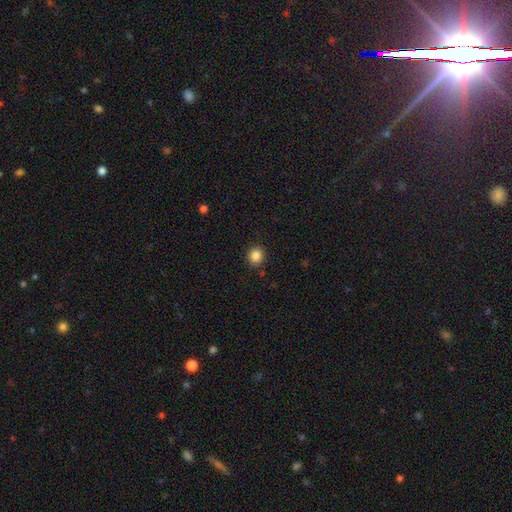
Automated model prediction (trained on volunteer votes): smooth_or_featured: smooth (p=0.86) [alt: star or artifact p=0.10]
how_rounded: round (p=0.85) [alt: in between p=0.14]
merging: none (p=0.89) [alt: minor disturbance p=0.07]